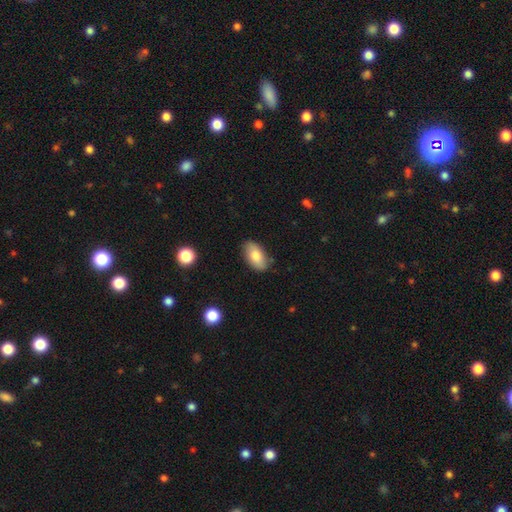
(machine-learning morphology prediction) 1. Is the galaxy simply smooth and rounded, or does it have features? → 78% smooth, 16% featured or disk, 7% star or artifact.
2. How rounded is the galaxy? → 93% in between, 4% round, 3% cigar-shaped.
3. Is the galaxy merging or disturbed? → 83% none, 13% minor disturbance, 2% major disturbance, 2% merger.